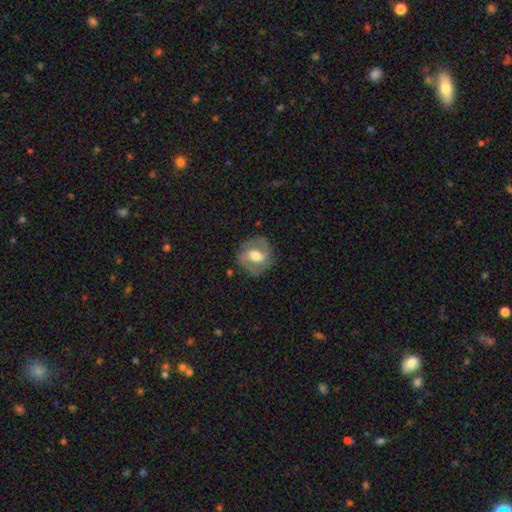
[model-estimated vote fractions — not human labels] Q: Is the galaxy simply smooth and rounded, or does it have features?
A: featured or disk — 64%.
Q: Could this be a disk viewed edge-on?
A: no — 96%.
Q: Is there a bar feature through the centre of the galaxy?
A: weak — 44%.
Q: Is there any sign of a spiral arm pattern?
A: yes — 76%.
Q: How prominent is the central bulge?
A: moderate — 66%.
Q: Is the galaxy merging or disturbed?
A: none — 76%.